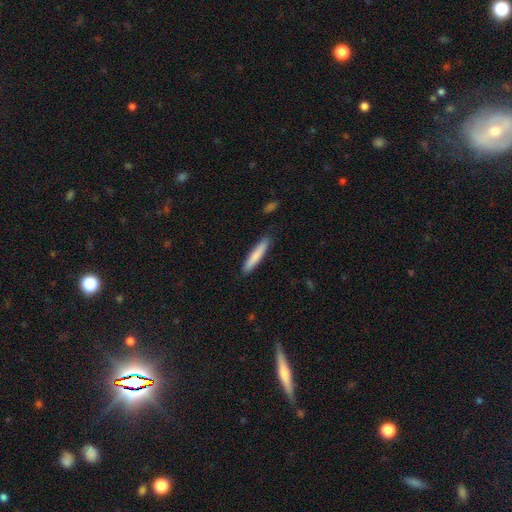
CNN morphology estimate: type=smooth (79%); roundness=cigar-shaped (91%); merging=none (87%).